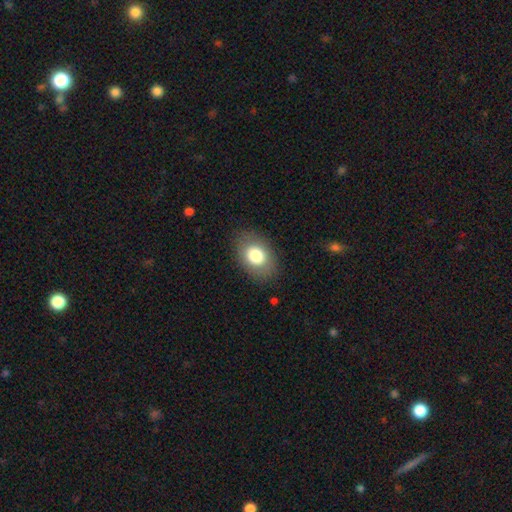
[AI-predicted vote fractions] Smooth or featured? Predicted: smooth (p=0.78). How rounded? Predicted: in between (p=0.78). Merging? Predicted: none (p=0.85).